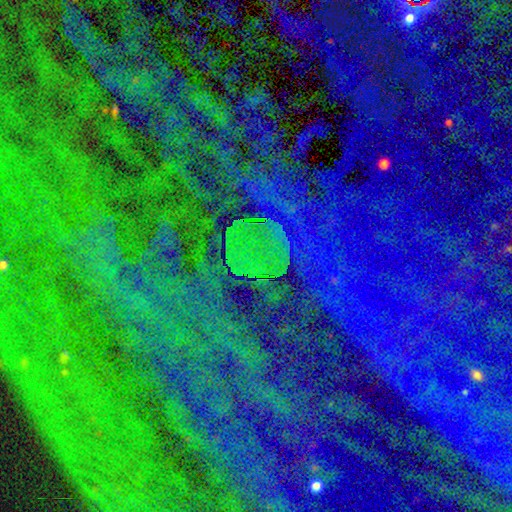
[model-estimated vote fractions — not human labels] smooth_or_featured: star or artifact (p=0.84) [alt: smooth p=0.09]